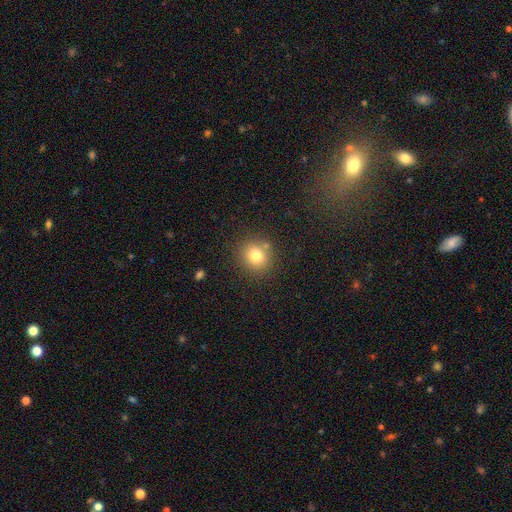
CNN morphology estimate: smooth_or_featured: smooth (p=0.77) [alt: star or artifact p=0.13]
how_rounded: round (p=0.85) [alt: in between p=0.14]
merging: none (p=0.81) [alt: minor disturbance p=0.09]